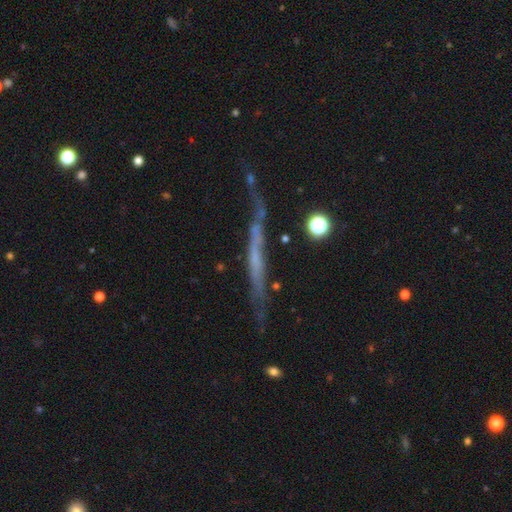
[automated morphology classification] Smooth or featured: featured or disk — 64% (smooth — 24%)
Edge-on disk: yes — 88% (no — 12%)
Edge-on bulge: none — 77% (rounded — 13%)
Merging: none — 64% (minor disturbance — 22%)